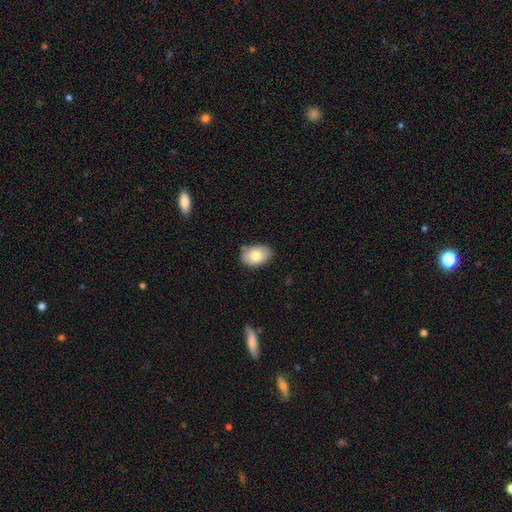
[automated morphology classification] type=smooth (77%); roundness=in between (84%); merging=none (75%).